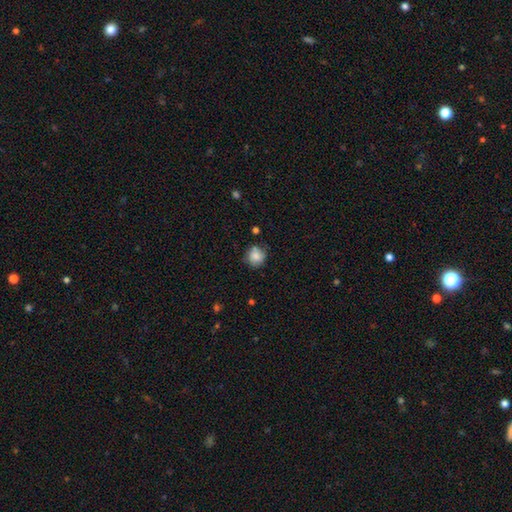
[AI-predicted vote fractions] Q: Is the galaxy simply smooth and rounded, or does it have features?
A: smooth — 82%.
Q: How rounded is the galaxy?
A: round — 87%.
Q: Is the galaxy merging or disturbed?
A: none — 72%.